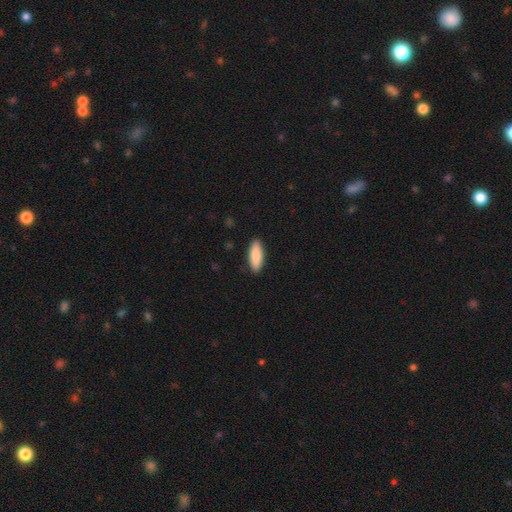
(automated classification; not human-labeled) Morphology: type=smooth (88%); roundness=in between (64%); merging=none (89%).